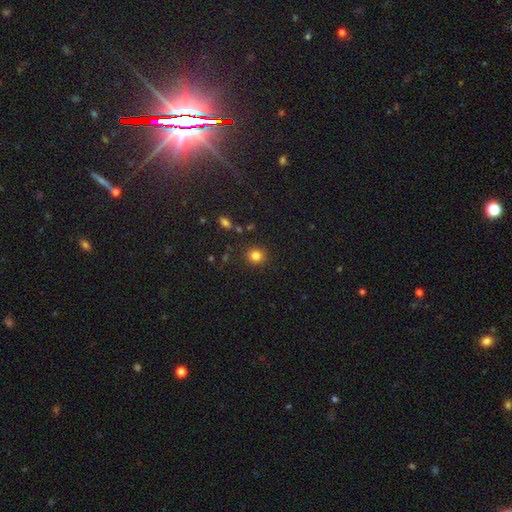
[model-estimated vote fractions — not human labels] Smooth or featured? Predicted: smooth (p=0.83). How rounded? Predicted: round (p=0.87). Merging? Predicted: none (p=0.89).